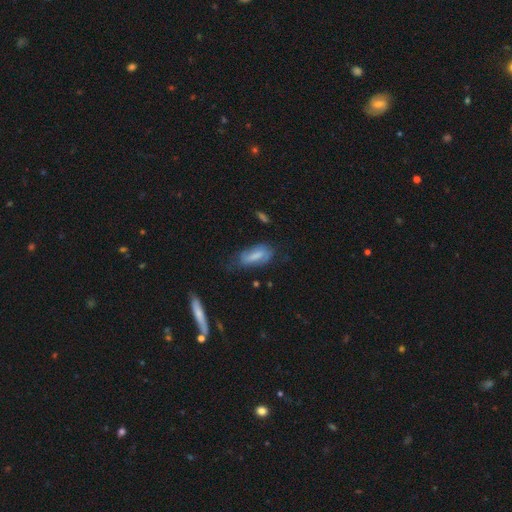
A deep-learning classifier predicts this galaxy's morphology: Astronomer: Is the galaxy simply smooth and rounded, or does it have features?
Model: smooth — 61%.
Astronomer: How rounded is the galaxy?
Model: in between — 71%.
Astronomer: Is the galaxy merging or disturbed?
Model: none — 50% (runner-up: minor disturbance, 32%).